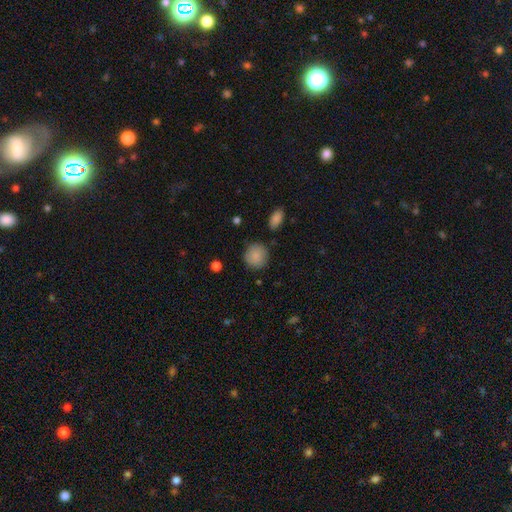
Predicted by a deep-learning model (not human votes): smooth 87%, star or artifact 8%, featured or disk 6%. Down the decision tree: how rounded — round (90%); merging — none (84%).